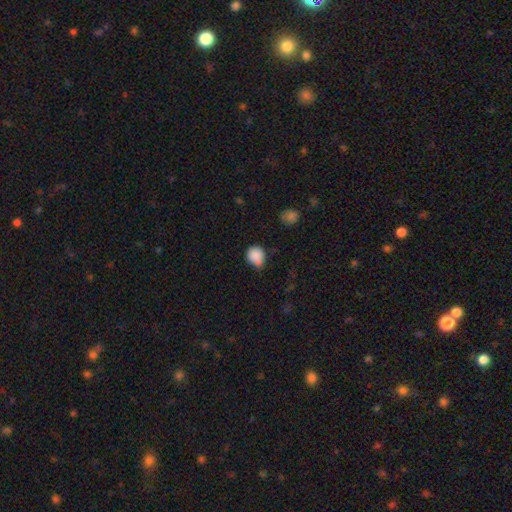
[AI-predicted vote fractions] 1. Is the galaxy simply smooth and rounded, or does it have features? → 87% smooth, 9% star or artifact, 4% featured or disk.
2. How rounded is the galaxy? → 77% round, 23% in between, 1% cigar-shaped.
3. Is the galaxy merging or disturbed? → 57% none, 34% minor disturbance, 6% major disturbance, 3% merger.